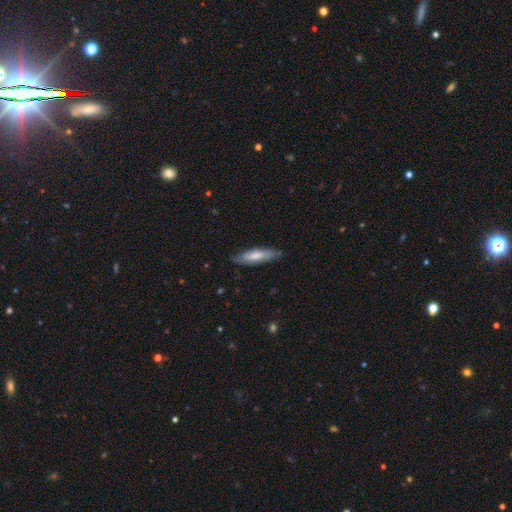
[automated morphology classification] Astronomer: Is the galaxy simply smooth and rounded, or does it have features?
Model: smooth — 70%.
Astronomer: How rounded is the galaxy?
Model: cigar-shaped — 64%.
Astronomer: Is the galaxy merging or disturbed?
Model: none — 80%.